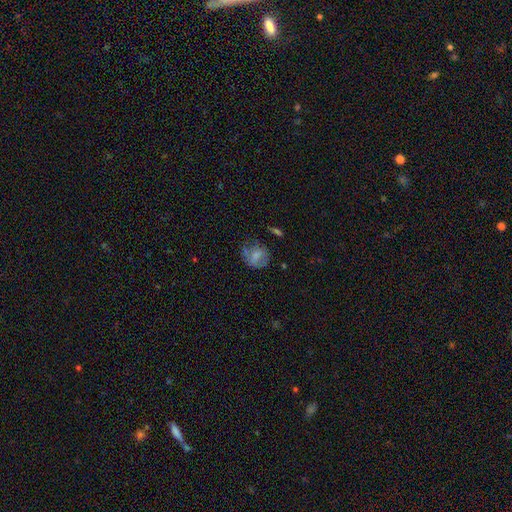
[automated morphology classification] smooth-or-featured: smooth: 59% | featured or disk: 31% | star or artifact: 11%
  how-rounded: round: 66% | in between: 32% | cigar-shaped: 1%
  merging: none: 47% | minor disturbance: 28% | major disturbance: 21% | merger: 4%